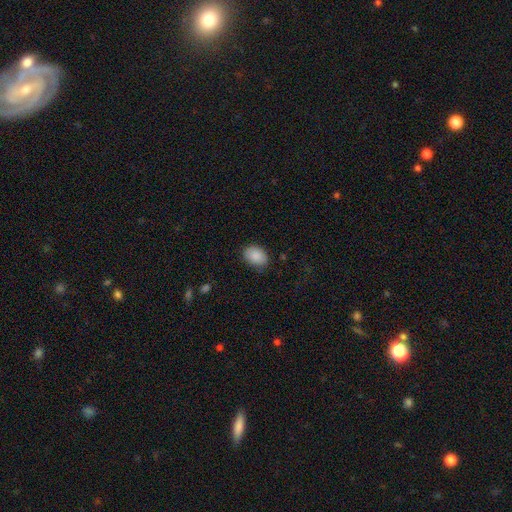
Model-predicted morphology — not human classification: type=smooth (89%); roundness=in between (75%); merging=none (83%).